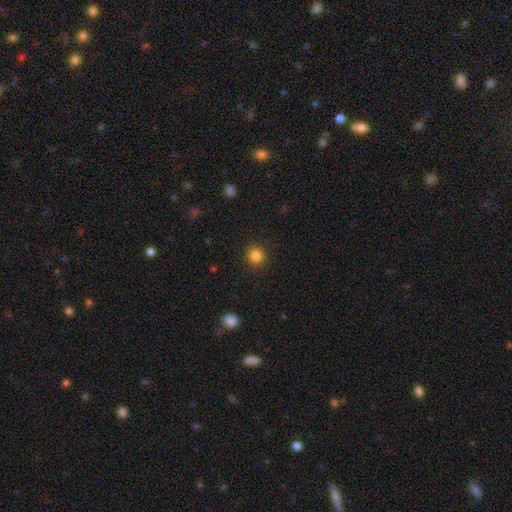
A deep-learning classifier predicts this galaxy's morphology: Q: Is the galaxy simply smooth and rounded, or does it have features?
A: smooth — 84%.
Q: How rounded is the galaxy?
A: round — 92%.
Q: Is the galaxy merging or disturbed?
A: none — 91%.